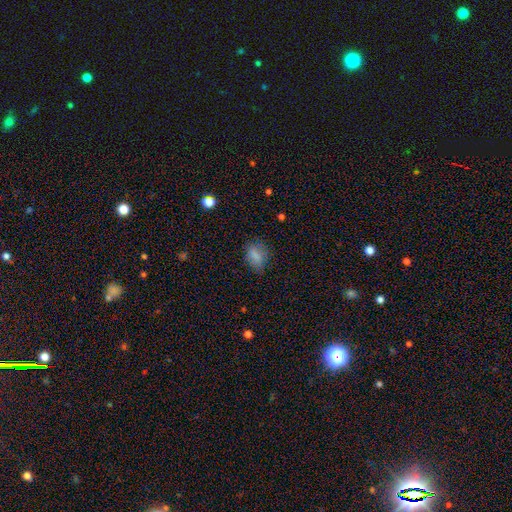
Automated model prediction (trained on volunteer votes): Q: Smooth or featured?
A: smooth (79%); runner-up: star or artifact (11%)
Q: How rounded?
A: in between (72%); runner-up: round (25%)
Q: Merging?
A: none (69%); runner-up: minor disturbance (22%)